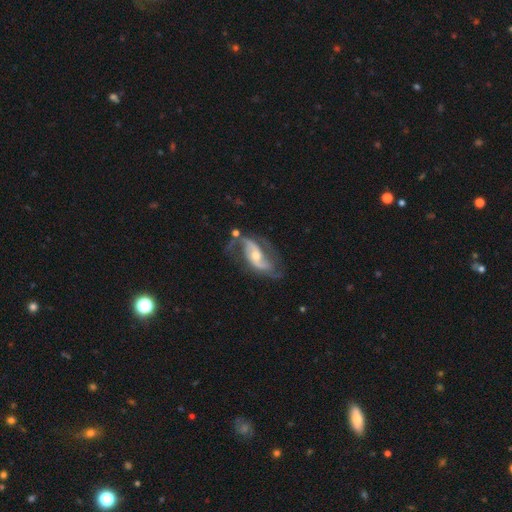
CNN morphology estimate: Smooth or featured: featured or disk — 86% (smooth — 9%)
Edge-on disk: no — 95% (yes — 5%)
Bar: no — 44% (weak — 35%)
Spiral arms: yes — 94% (no — 6%)
Spiral winding: loose — 44% (medium — 41%)
Spiral arm count: 2 — 84% (can't tell — 6%)
Bulge size: moderate — 58% (small — 36%)
Merging: none — 54% (minor disturbance — 22%)